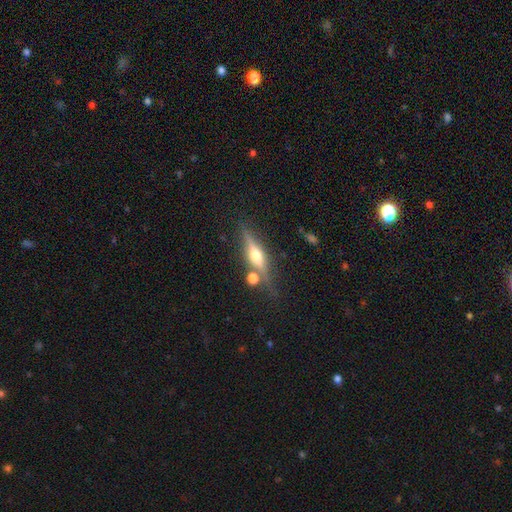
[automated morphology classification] This is likely a featured or disk galaxy (70%). It is clearly viewed edge-on (95%). Edge-on bulge: clearly rounded (93%). Merging: likely none (76%).